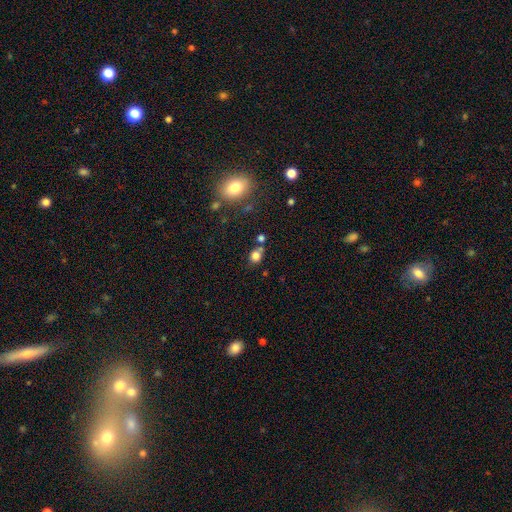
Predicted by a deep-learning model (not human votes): Overall: smooth (79%). How rounded: round (68%; in between 31%). Merging: none (62%).